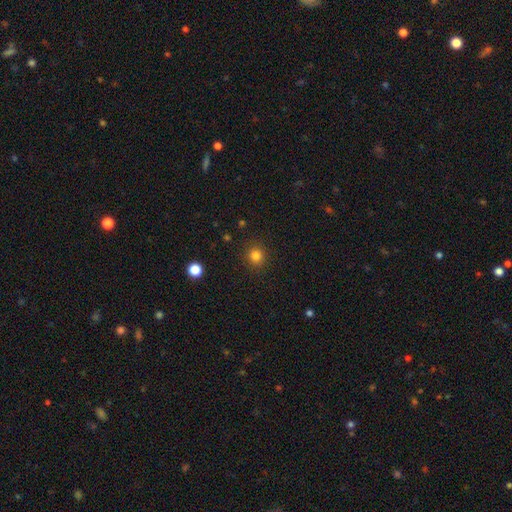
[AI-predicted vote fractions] smooth-or-featured: smooth: 83% | star or artifact: 13% | featured or disk: 5%
  how-rounded: round: 90% | in between: 9% | cigar-shaped: 1%
  merging: none: 89% | minor disturbance: 7% | major disturbance: 3% | merger: 1%